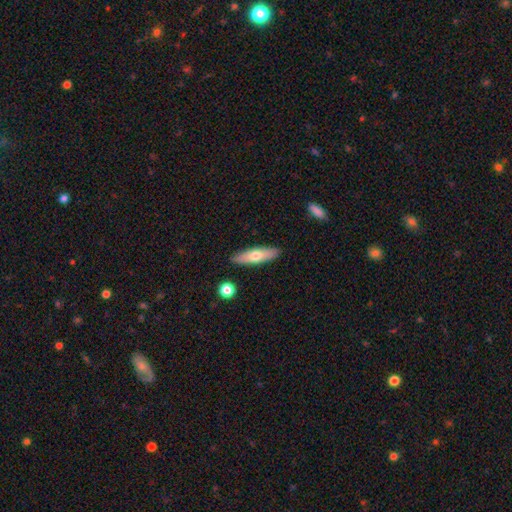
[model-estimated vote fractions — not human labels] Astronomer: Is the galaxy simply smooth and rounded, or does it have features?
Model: smooth — 62%.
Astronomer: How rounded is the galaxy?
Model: cigar-shaped — 60% (runner-up: in between, 38%).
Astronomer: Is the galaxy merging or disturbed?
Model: none — 88%.